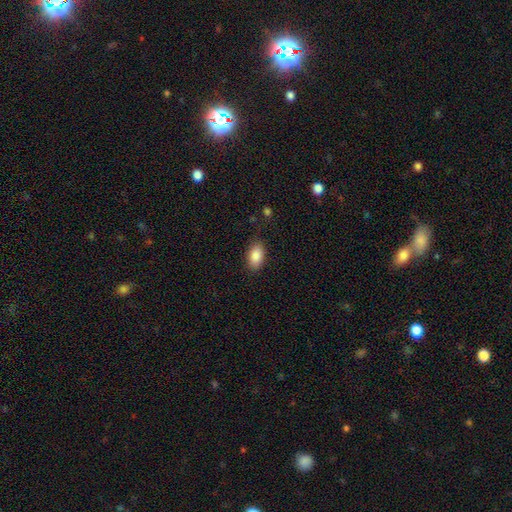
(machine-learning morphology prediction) The model was most divided on "merging": none: 84%, minor disturbance: 11%, major disturbance: 3%, merger: 1%. More confident: how rounded — in between (92%); smooth or featured — smooth (87%).